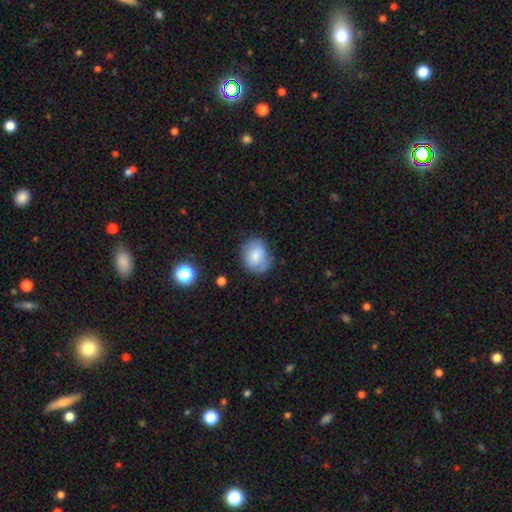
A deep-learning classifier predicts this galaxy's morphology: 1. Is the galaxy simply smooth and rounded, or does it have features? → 74% smooth, 18% featured or disk, 8% star or artifact.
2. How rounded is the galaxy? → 52% round, 47% in between, 1% cigar-shaped.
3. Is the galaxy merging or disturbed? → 65% none, 25% minor disturbance, 7% major disturbance, 3% merger.